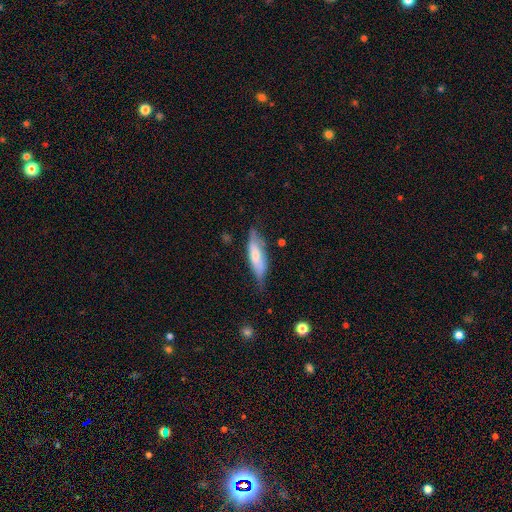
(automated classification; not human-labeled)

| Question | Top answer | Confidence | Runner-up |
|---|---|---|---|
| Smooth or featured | smooth | 52% | featured or disk (42%) |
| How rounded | cigar-shaped | 58% | in between (40%) |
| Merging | none | 59% | minor disturbance (31%) |